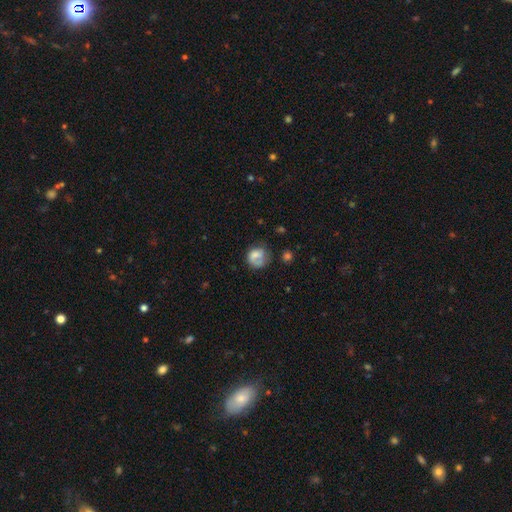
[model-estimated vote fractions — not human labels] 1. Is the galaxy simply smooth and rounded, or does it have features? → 60% smooth, 31% featured or disk, 9% star or artifact.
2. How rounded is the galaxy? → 67% round, 32% in between, 1% cigar-shaped.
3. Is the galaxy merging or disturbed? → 42% none, 26% major disturbance, 25% minor disturbance, 6% merger.